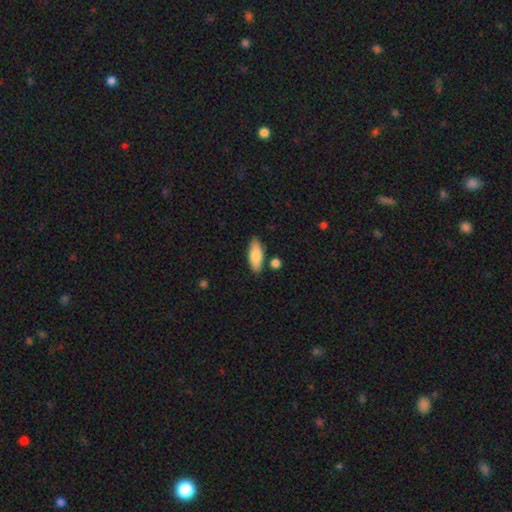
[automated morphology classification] The model was most divided on "how rounded": in between: 72%, cigar-shaped: 25%, round: 3%. More confident: merging — none (81%); smooth or featured — smooth (78%).